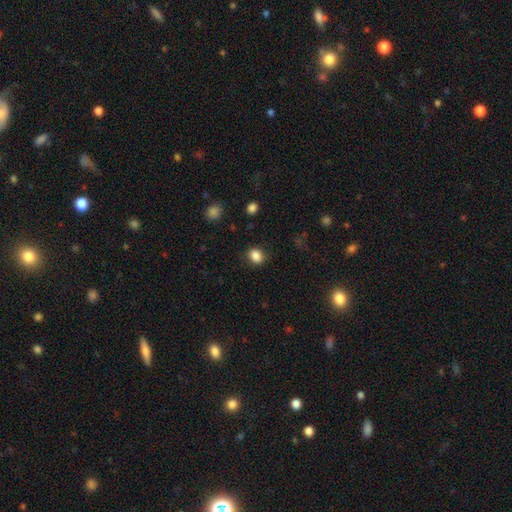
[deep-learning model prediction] smooth-or-featured: smooth: 86% | star or artifact: 10% | featured or disk: 4%
  how-rounded: round: 58% | in between: 41% | cigar-shaped: 1%
  merging: none: 84% | minor disturbance: 11% | major disturbance: 3% | merger: 1%